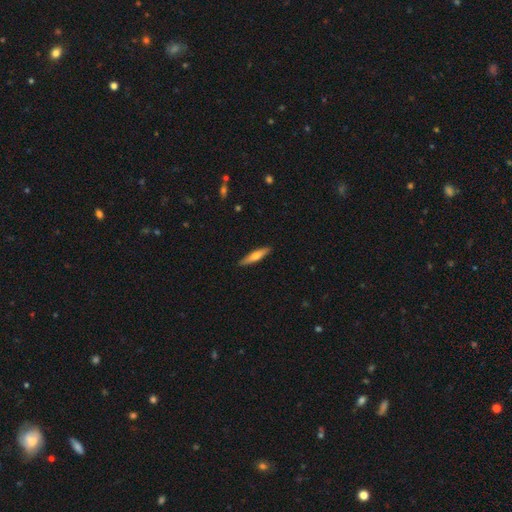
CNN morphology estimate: smooth 53%, featured or disk 41%, star or artifact 6%. Down the decision tree: how rounded — cigar-shaped (83%); merging — none (91%).